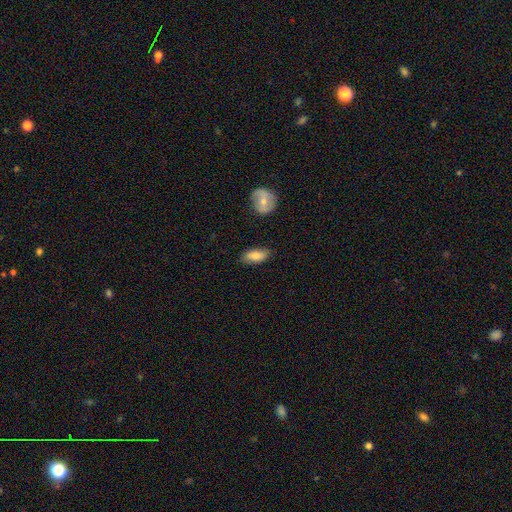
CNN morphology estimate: This is likely a smooth galaxy (80%). How rounded: clearly in between (86%). Merging: likely none (79%).